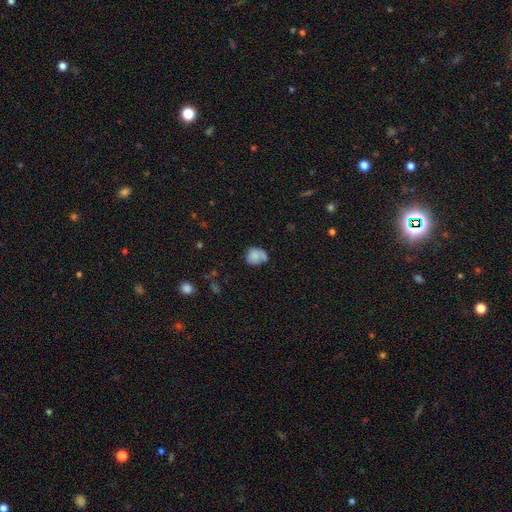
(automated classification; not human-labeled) smooth 77%, featured or disk 14%, star or artifact 9%. Down the decision tree: how rounded — round (62%); merging — none (44%).